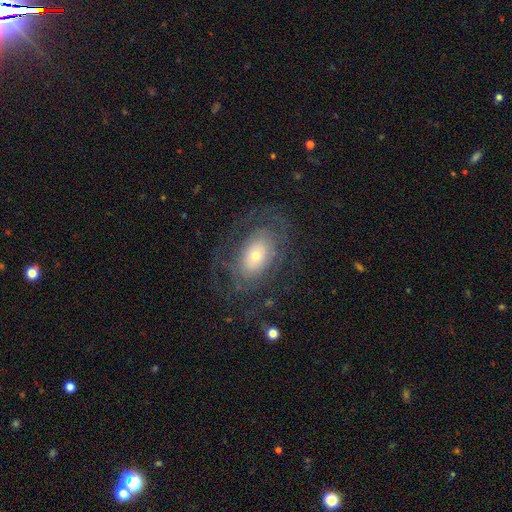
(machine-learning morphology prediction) smooth-or-featured: featured or disk: 64% | smooth: 29% | star or artifact: 8%
  disk-edge-on: no: 93% | yes: 7%
    bar: no: 84% | weak: 12% | strong: 4%
    has-spiral-arms: yes: 64% | no: 36%
    bulge-size: small: 51% | moderate: 38% | large: 7% | dominant: 2% | none: 1%
  merging: none: 68% | major disturbance: 15% | minor disturbance: 15% | merger: 1%